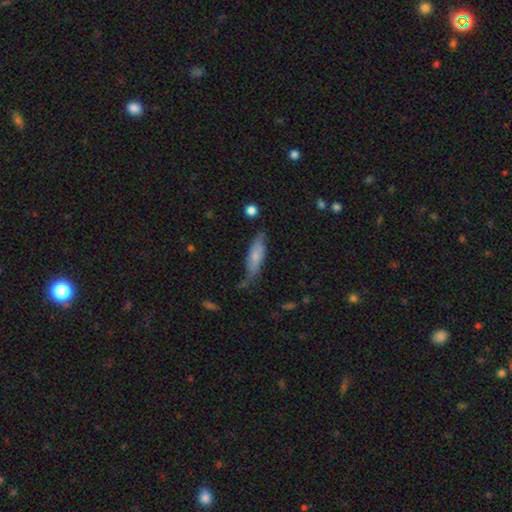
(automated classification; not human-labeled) Smooth or featured? smooth (58%)
How rounded? cigar-shaped (49%)
Merging? none (52%)